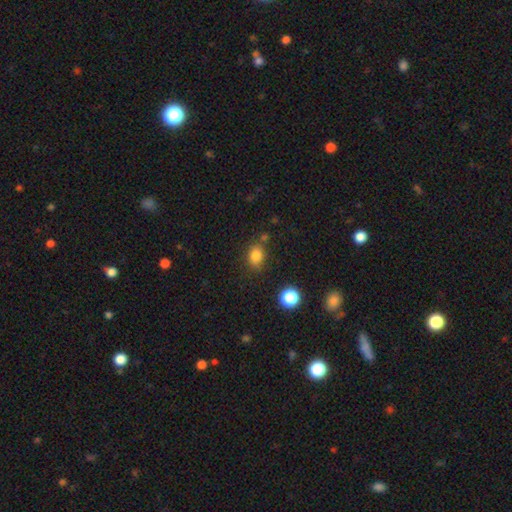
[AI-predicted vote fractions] Morphology: type=smooth (82%); roundness=in between (60%); merging=none (72%).